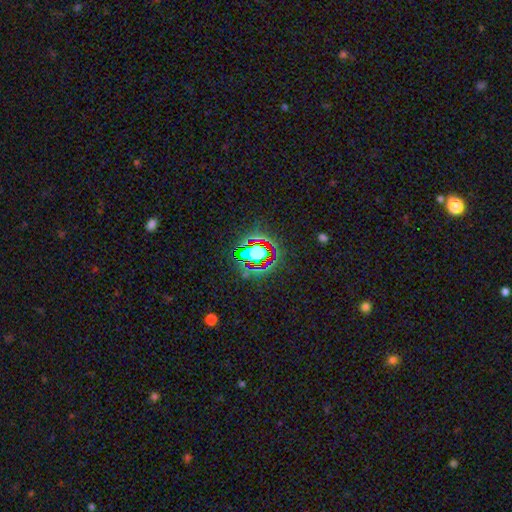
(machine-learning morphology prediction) Q: Smooth or featured?
A: star or artifact (73%); runner-up: smooth (16%)